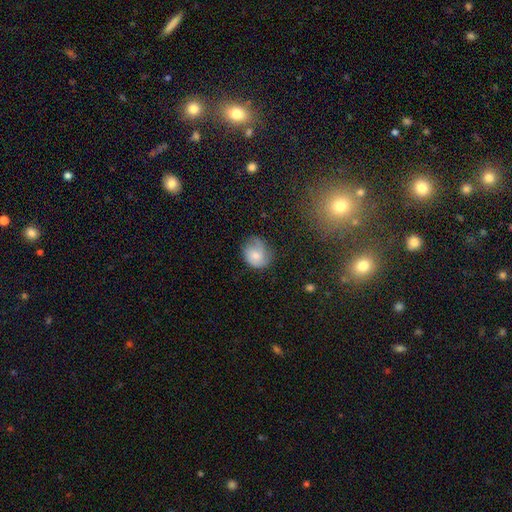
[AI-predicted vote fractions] This is possibly a smooth galaxy (56%). How rounded: likely round (60%). Merging: possibly none (54%).